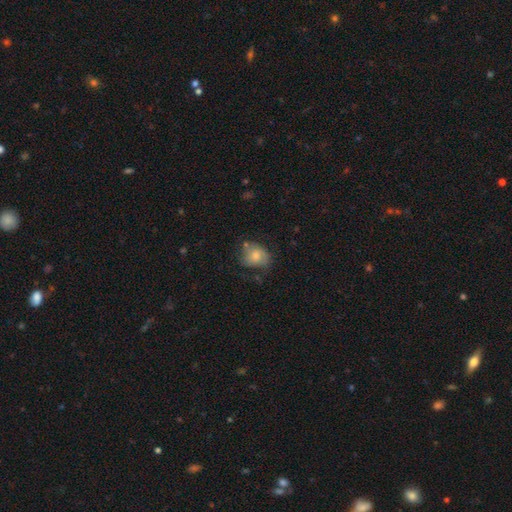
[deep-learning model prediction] A smooth galaxy with no disk features (69%) that is round (56%).

Vote fractions:
- Smooth or featured? smooth: 69% / featured or disk: 22% / star or artifact: 8%
- How rounded? round: 56% / in between: 43% / cigar-shaped: 1%
- Merging? none: 52% / minor disturbance: 30% / major disturbance: 12% / merger: 6%